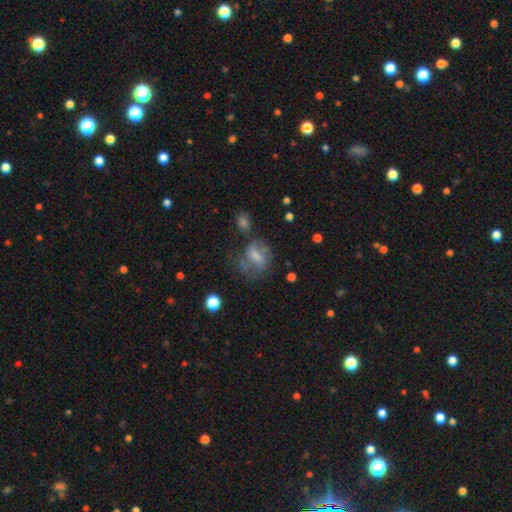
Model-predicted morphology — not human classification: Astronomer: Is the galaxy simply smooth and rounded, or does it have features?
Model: smooth — 46% (runner-up: featured or disk, 41%).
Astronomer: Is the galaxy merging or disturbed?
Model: none — 38% (runner-up: major disturbance, 31%).